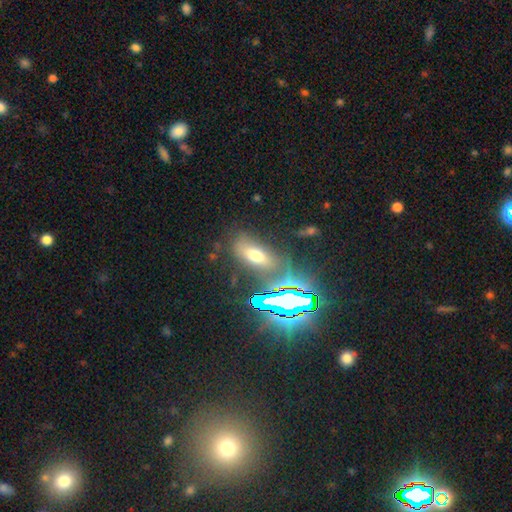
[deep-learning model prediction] Q: Smooth or featured?
A: smooth (51%); runner-up: star or artifact (30%)
Q: How rounded?
A: in between (75%); runner-up: cigar-shaped (17%)
Q: Merging?
A: none (72%); runner-up: minor disturbance (15%)